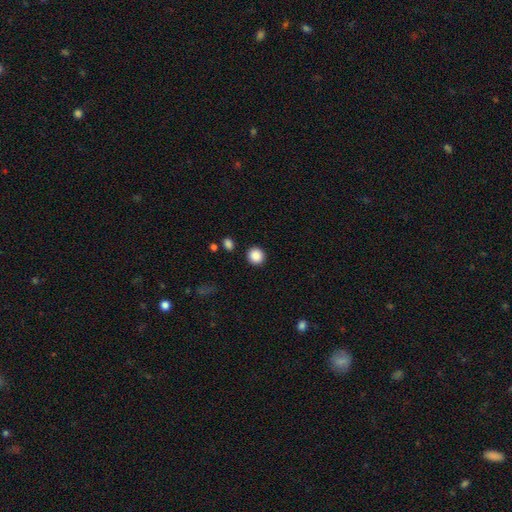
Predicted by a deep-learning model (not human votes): This appears to be a smooth galaxy with no disk features (88%) that is round (92%). Merging: none (90%).